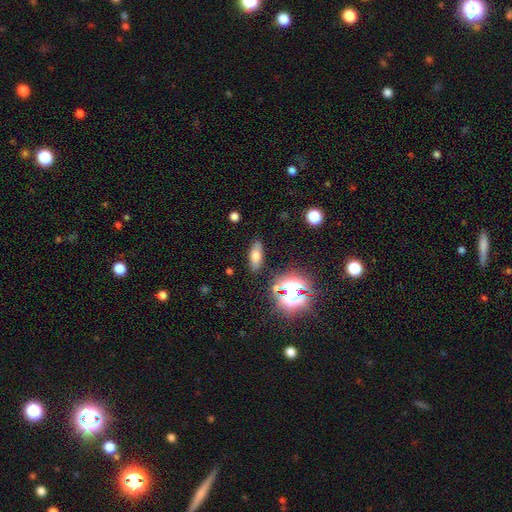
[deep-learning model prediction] Smooth or featured? Predicted: smooth (p=0.66). How rounded? Predicted: in between (p=0.64). Merging? Predicted: none (p=0.84).